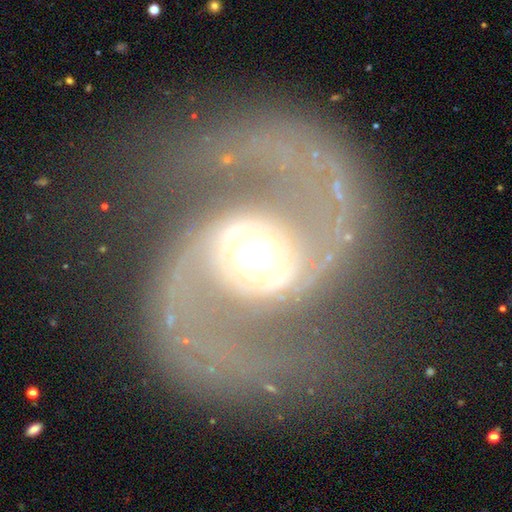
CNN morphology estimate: This appears to be a featured or disk galaxy (92%) with no bar (51%), 2 (94%) medium (56%) spiral arms (97%) and a moderate central bulge (55%). Merging: none (77%).